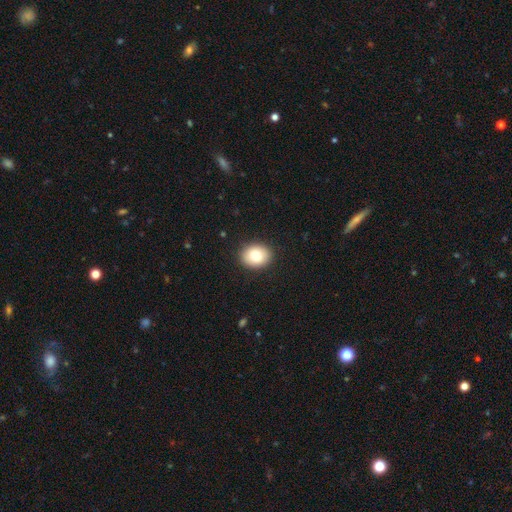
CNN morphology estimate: smooth_or_featured: smooth (p=0.80) [alt: featured or disk p=0.11]
how_rounded: in between (p=0.52) [alt: round p=0.47]
merging: none (p=0.90) [alt: minor disturbance p=0.07]